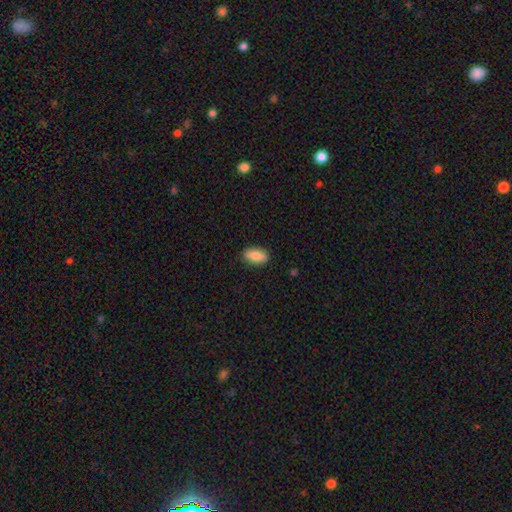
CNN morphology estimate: Smooth or featured?
  - smooth: 82% *
  - featured or disk: 11%
  - star or artifact: 7%
How rounded?
  - in between: 90% *
  - cigar-shaped: 6%
  - round: 5%
Merging?
  - none: 88% *
  - minor disturbance: 9%
  - major disturbance: 2%
  - merger: 1%